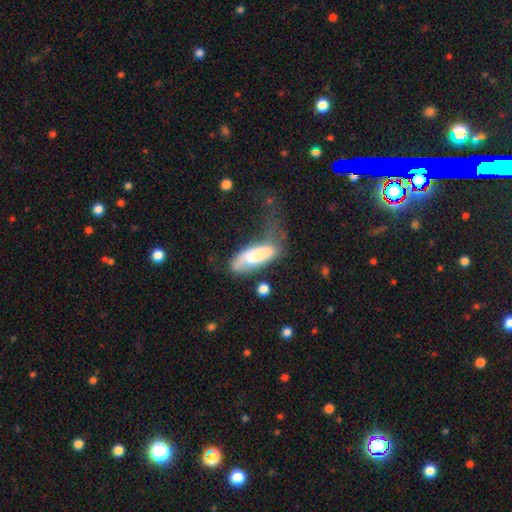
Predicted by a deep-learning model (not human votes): The model was most divided on "merging": major disturbance: 40%, minor disturbance: 25%, none: 23%, merger: 12%. More confident: how rounded — in between (71%); smooth or featured — smooth (61%).